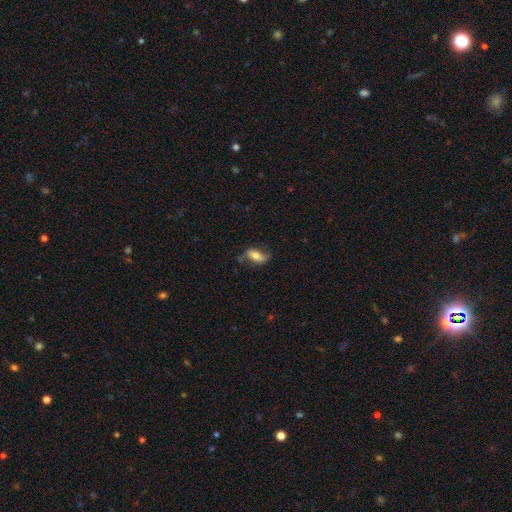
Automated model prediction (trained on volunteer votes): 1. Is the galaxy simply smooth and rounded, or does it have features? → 58% smooth, 34% featured or disk, 8% star or artifact.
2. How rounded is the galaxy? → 85% in between, 10% cigar-shaped, 5% round.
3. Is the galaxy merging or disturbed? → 61% none, 26% minor disturbance, 11% major disturbance, 2% merger.